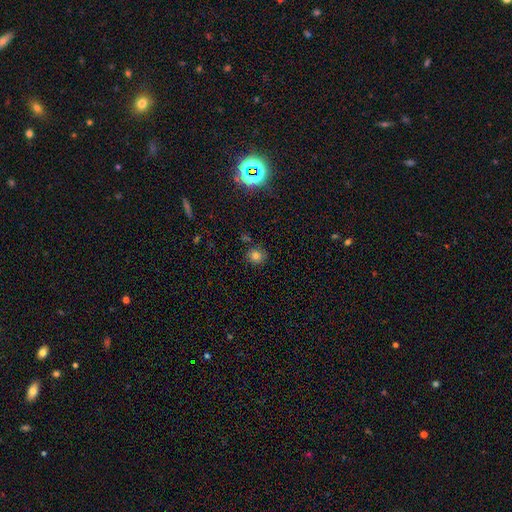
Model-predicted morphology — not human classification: A smooth galaxy with no disk features (77%) that is round (82%).

Vote fractions:
- Smooth or featured? smooth: 77% / star or artifact: 16% / featured or disk: 7%
- How rounded? round: 82% / in between: 17% / cigar-shaped: 1%
- Merging? none: 78% / minor disturbance: 13% / merger: 5% / major disturbance: 4%